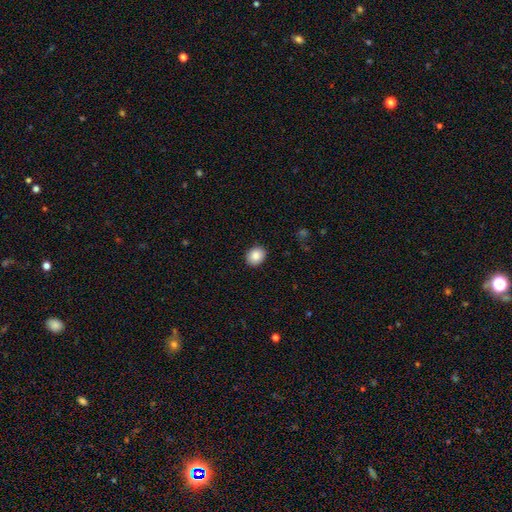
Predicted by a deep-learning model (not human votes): This appears to be a smooth galaxy with no disk features (88%) that is round (54%). Merging: none (90%).